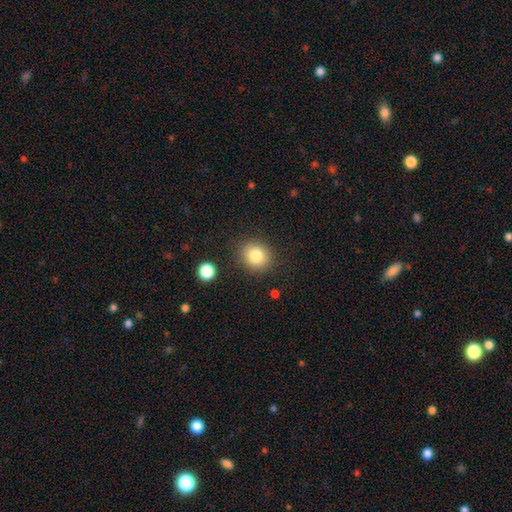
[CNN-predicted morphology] smooth 82%, star or artifact 10%, featured or disk 8%. Down the decision tree: how rounded — round (79%); merging — none (86%).